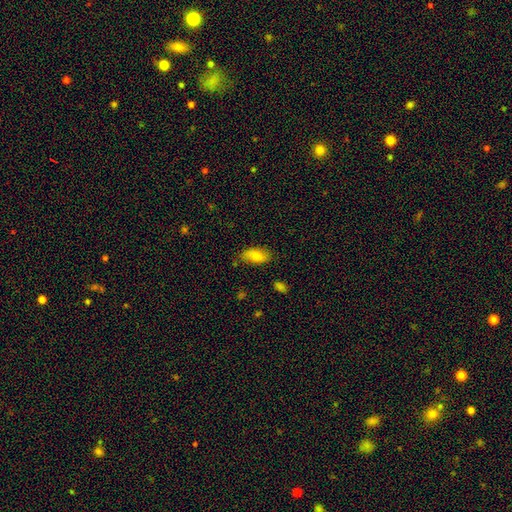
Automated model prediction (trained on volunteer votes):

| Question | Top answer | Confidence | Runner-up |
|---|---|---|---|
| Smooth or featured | smooth | 80% | featured or disk (12%) |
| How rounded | in between | 91% | cigar-shaped (6%) |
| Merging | none | 79% | minor disturbance (16%) |